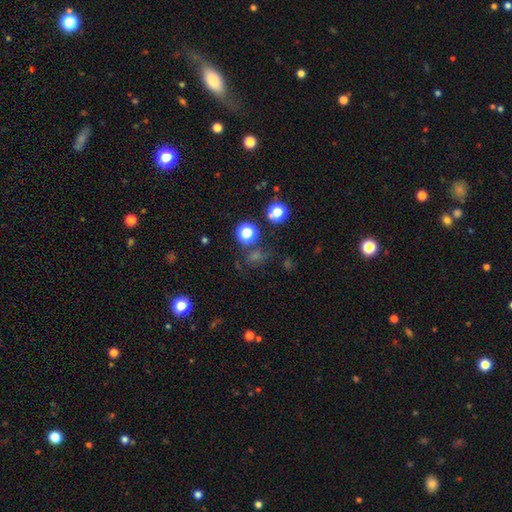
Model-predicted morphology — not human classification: Overall: star or artifact (48%; smooth 41%).